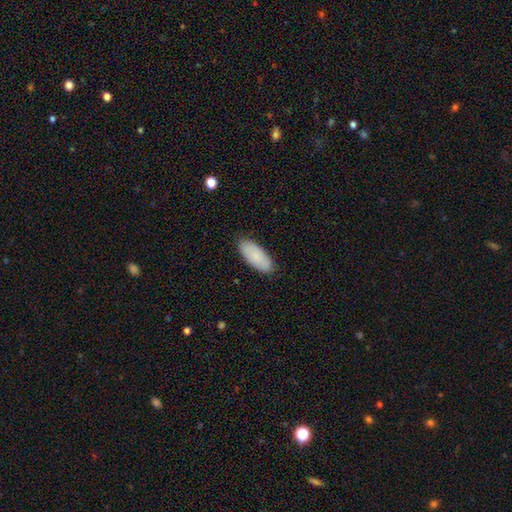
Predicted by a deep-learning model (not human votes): Smooth or featured? smooth (85%)
How rounded? in between (84%)
Merging? none (87%)